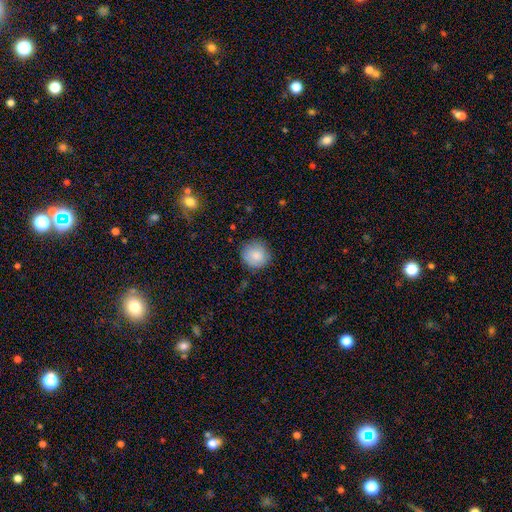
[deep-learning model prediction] Q: Smooth or featured?
A: smooth (84%); runner-up: featured or disk (9%)
Q: How rounded?
A: round (93%); runner-up: in between (6%)
Q: Merging?
A: none (84%); runner-up: minor disturbance (12%)